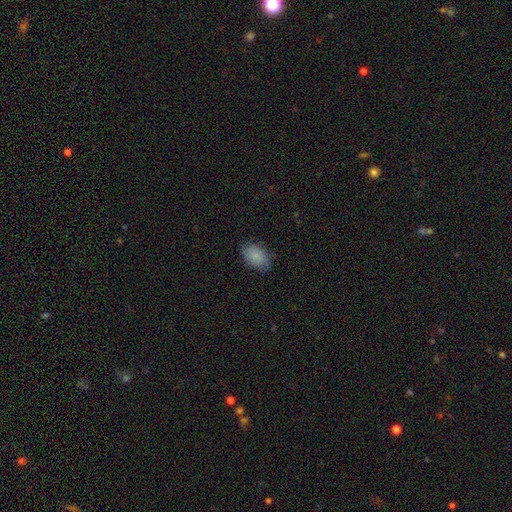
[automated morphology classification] A smooth galaxy with no disk features (86%) that is in between round and cigar-shaped (88%).

Vote fractions:
- Smooth or featured? smooth: 86% / featured or disk: 7% / star or artifact: 7%
- How rounded? in between: 88% / round: 11% / cigar-shaped: 1%
- Merging? none: 77% / minor disturbance: 18% / major disturbance: 4% / merger: 1%